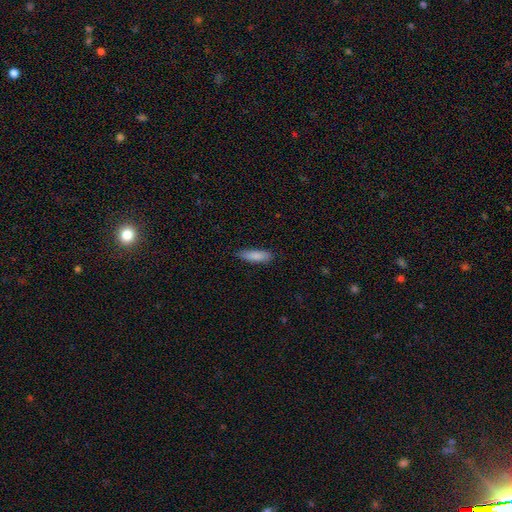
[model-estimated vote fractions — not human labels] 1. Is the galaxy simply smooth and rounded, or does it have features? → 87% smooth, 7% featured or disk, 6% star or artifact.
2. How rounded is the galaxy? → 56% cigar-shaped, 42% in between, 2% round.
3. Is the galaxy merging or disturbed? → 83% none, 13% minor disturbance, 2% major disturbance, 1% merger.